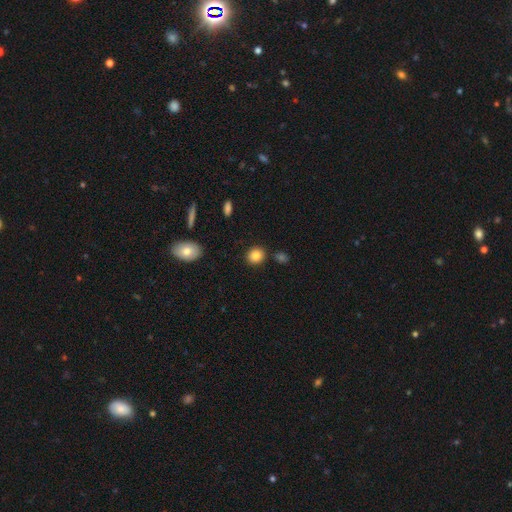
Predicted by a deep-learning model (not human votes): Overall: smooth (85%). How rounded: round (80%). Merging: none (84%).